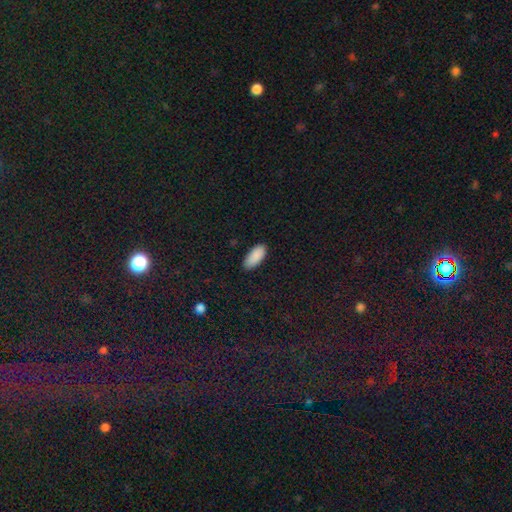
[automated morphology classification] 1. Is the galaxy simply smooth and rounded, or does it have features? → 90% smooth, 6% star or artifact, 4% featured or disk.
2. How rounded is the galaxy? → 90% in between, 8% cigar-shaped, 2% round.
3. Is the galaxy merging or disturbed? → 86% none, 11% minor disturbance, 2% major disturbance, 1% merger.